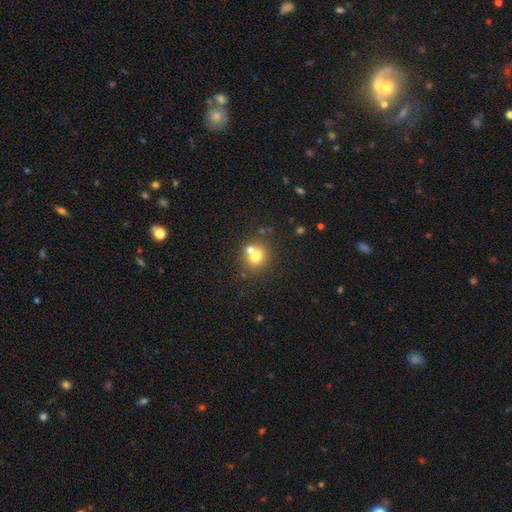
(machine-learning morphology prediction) smooth_or_featured: smooth (p=0.69) [alt: featured or disk p=0.16]
how_rounded: round (p=0.80) [alt: in between p=0.19]
merging: none (p=0.55) [alt: merger p=0.33]